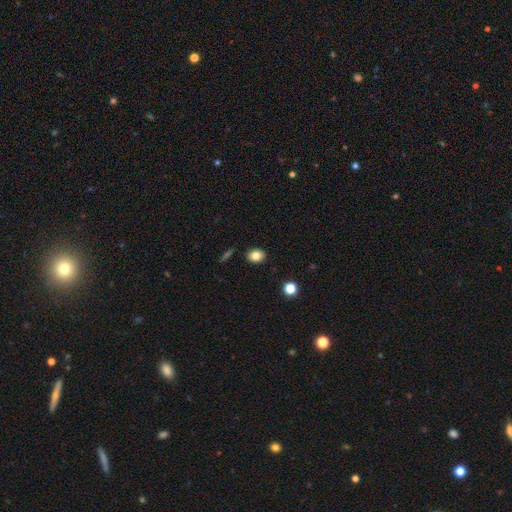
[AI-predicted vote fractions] smooth_or_featured: smooth (p=0.83) [alt: star or artifact p=0.10]
how_rounded: in between (p=0.54) [alt: round p=0.44]
merging: none (p=0.89) [alt: minor disturbance p=0.07]